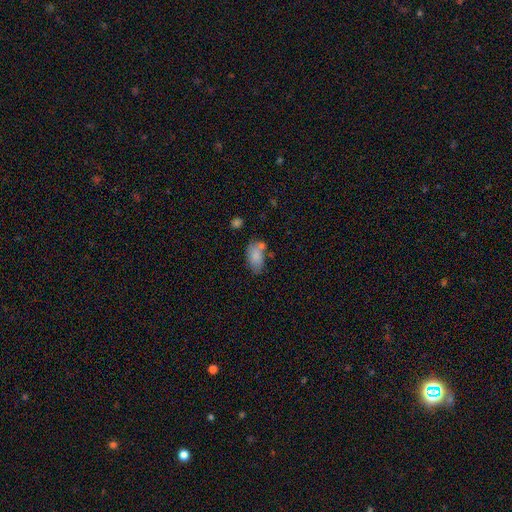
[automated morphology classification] smooth 83%, featured or disk 10%, star or artifact 7%. Down the decision tree: how rounded — in between (92%); merging — none (55%).